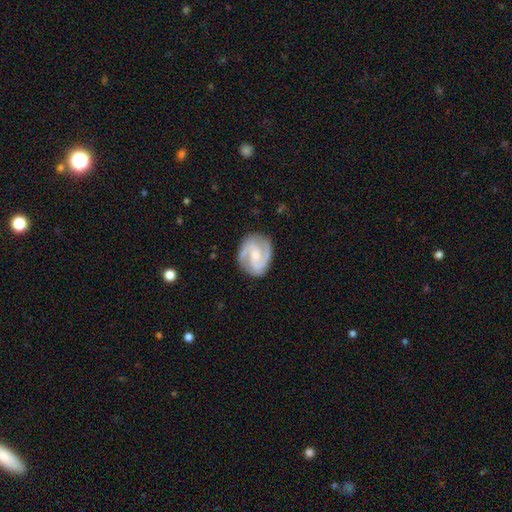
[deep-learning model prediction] A featured or disk galaxy (86%) with a weak bar (45%), 2 (82%) medium (50%) spiral arms (97%) and a small central bulge (45%). Merging: none (82%).